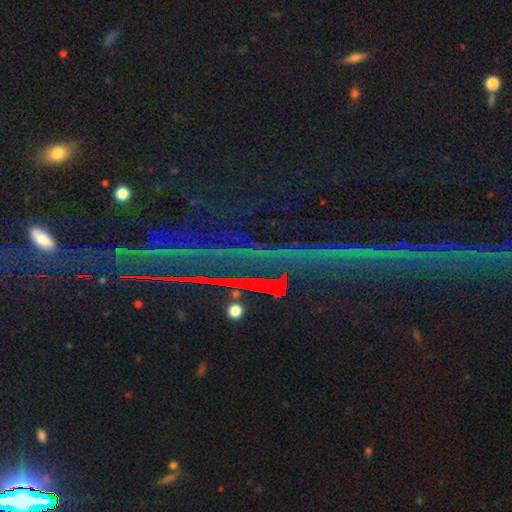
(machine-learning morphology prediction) A star or artifact, not a galaxy (87%).

Vote fractions:
- Smooth or featured? star or artifact: 87% / featured or disk: 7% / smooth: 6%